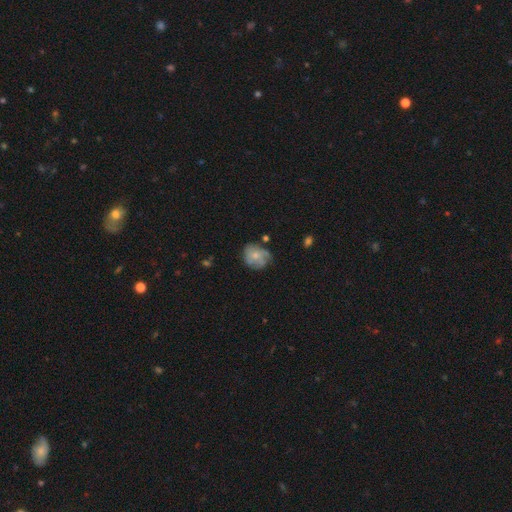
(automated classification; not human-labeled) smooth-or-featured: featured or disk: 52% | smooth: 40% | star or artifact: 9%
  disk-edge-on: no: 98% | yes: 2%
    bar: no: 81% | weak: 17% | strong: 2%
    has-spiral-arms: yes: 71% | no: 29%
    bulge-size: small: 52% | moderate: 38% | none: 7% | large: 2% | dominant: 1%
  merging: none: 59% | minor disturbance: 25% | major disturbance: 12% | merger: 4%